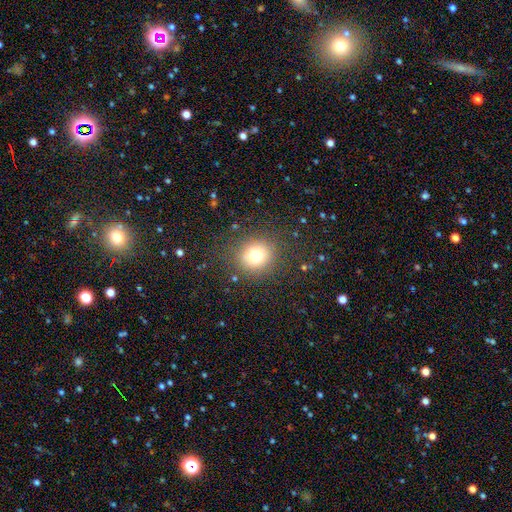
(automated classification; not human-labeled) Morphology: type=smooth (75%); roundness=round (86%); merging=none (84%).